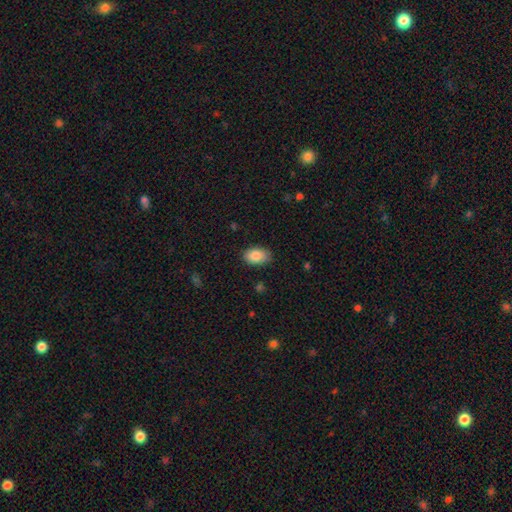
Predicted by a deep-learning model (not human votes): Overall: smooth (87%). How rounded: in between (92%). Merging: none (85%).